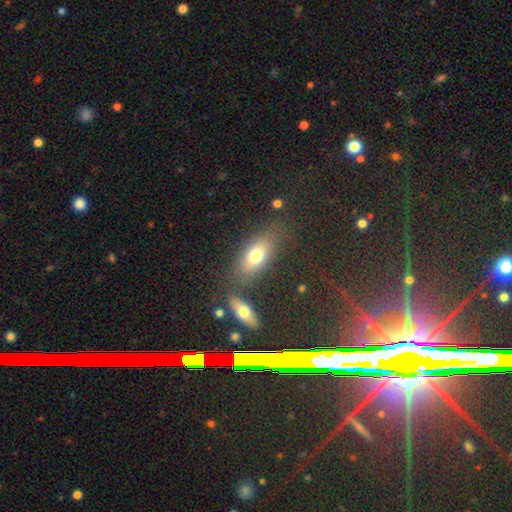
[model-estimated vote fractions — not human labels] smooth-or-featured: smooth: 71% | featured or disk: 19% | star or artifact: 10%
  how-rounded: in between: 78% | cigar-shaped: 14% | round: 8%
  merging: none: 69% | minor disturbance: 14% | merger: 11% | major disturbance: 6%